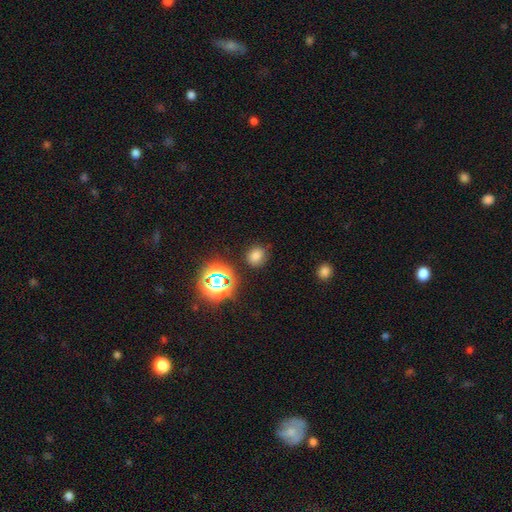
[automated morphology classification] Smooth or featured? Predicted: smooth (p=0.71). How rounded? Predicted: round (p=0.76). Merging? Predicted: none (p=0.85).